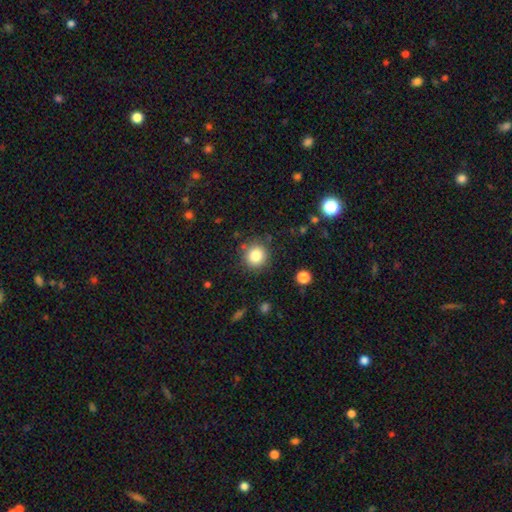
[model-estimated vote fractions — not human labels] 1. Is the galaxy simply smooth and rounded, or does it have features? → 83% smooth, 11% star or artifact, 6% featured or disk.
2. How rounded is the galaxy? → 91% round, 8% in between, 1% cigar-shaped.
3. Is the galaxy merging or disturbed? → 86% none, 9% minor disturbance, 3% major disturbance, 2% merger.